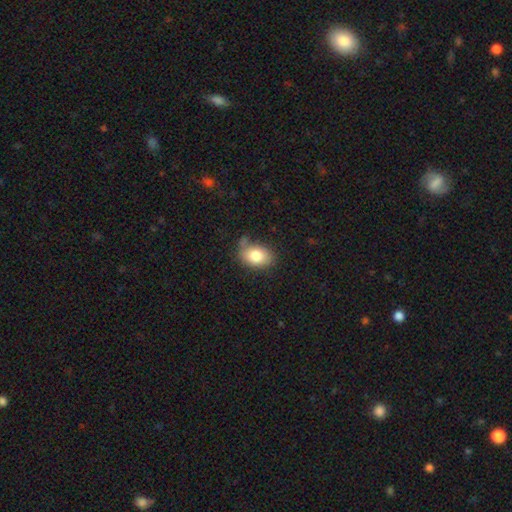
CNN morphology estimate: Smooth or featured? smooth (82%)
How rounded? in between (77%)
Merging? none (64%)